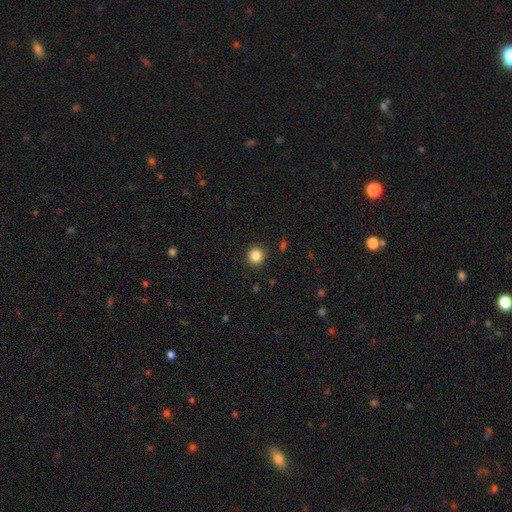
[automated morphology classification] Q: Smooth or featured?
A: smooth (84%); runner-up: star or artifact (11%)
Q: How rounded?
A: round (91%); runner-up: in between (8%)
Q: Merging?
A: none (91%); runner-up: minor disturbance (6%)